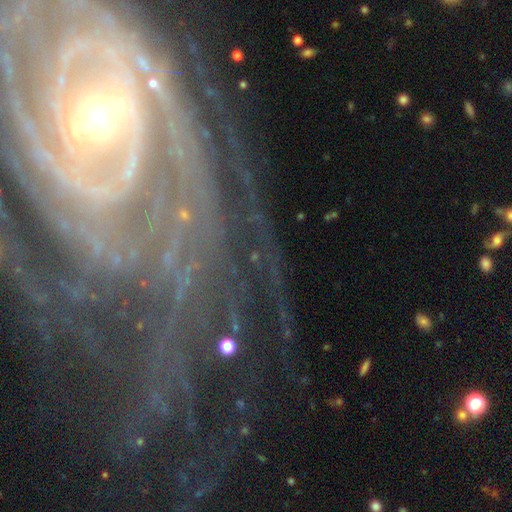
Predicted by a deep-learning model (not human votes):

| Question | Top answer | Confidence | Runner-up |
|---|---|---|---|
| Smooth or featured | featured or disk | 85% | star or artifact (10%) |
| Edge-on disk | no | 95% | yes (5%) |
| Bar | no | 47% | weak (27%) |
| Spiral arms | yes | 95% | no (5%) |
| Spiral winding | tight | 76% | medium (18%) |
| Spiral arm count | can't tell | 28% | 2 (19%) |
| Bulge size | small | 59% | moderate (34%) |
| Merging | none | 70% | minor disturbance (15%) |